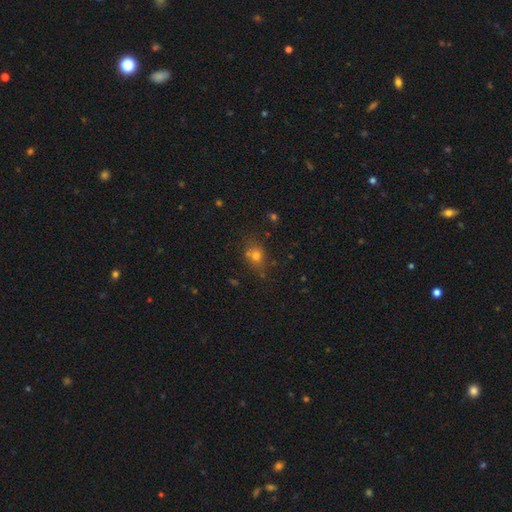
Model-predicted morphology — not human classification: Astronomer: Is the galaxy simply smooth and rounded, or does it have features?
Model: smooth — 71%.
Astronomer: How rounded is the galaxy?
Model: round — 61% (runner-up: in between, 38%).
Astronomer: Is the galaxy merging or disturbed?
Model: none — 66%.